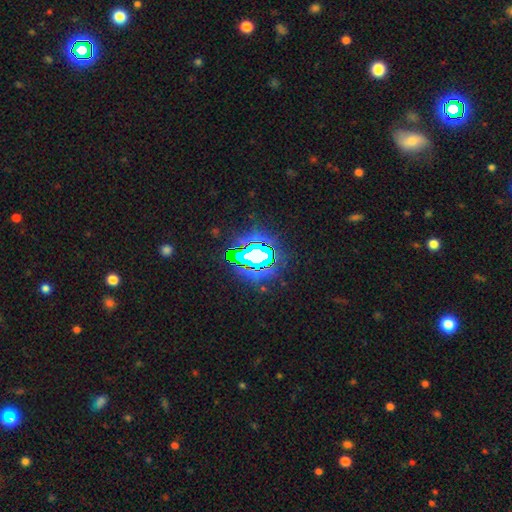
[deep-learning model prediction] A star or artifact, not a galaxy (70%).

Vote fractions:
- Smooth or featured? star or artifact: 70% / smooth: 16% / featured or disk: 14%